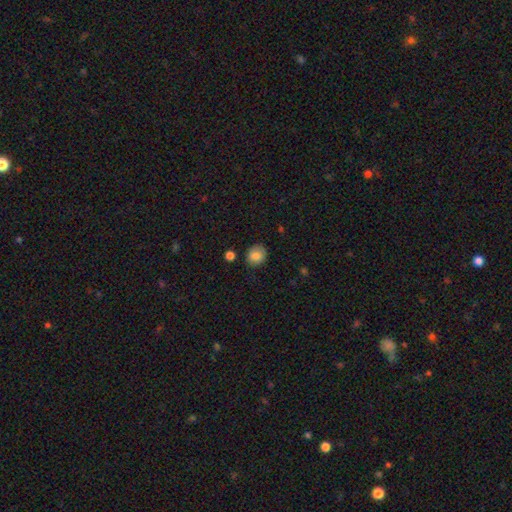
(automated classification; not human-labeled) Overall: smooth (82%). How rounded: round (72%). Merging: none (81%).